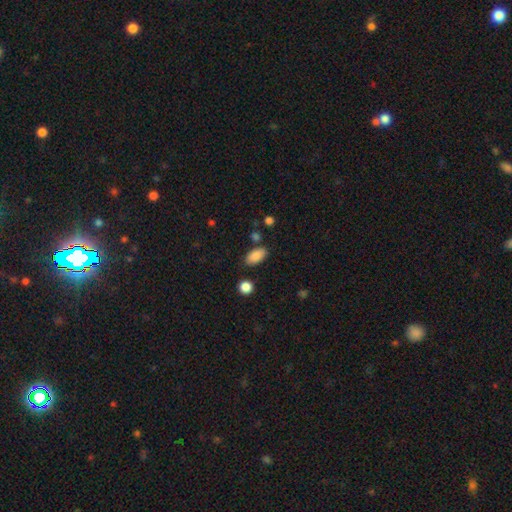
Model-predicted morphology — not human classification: Smooth or featured: smooth — 88% (star or artifact — 8%)
How rounded: in between — 92% (cigar-shaped — 4%)
Merging: none — 81% (minor disturbance — 12%)